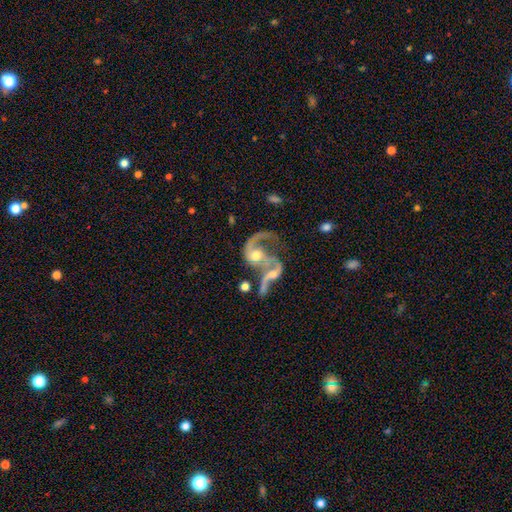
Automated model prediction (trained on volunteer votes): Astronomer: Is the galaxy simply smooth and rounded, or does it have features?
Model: featured or disk — 75%.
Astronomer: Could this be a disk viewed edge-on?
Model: no — 97%.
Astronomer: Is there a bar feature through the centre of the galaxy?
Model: no — 66%.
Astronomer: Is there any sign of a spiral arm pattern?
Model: yes — 78%.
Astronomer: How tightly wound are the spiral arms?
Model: loose — 63%.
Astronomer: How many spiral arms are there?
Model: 2 — 47% (runner-up: 1, 33%).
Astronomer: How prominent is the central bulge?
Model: moderate — 58%.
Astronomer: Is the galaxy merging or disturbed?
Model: merger — 61%.